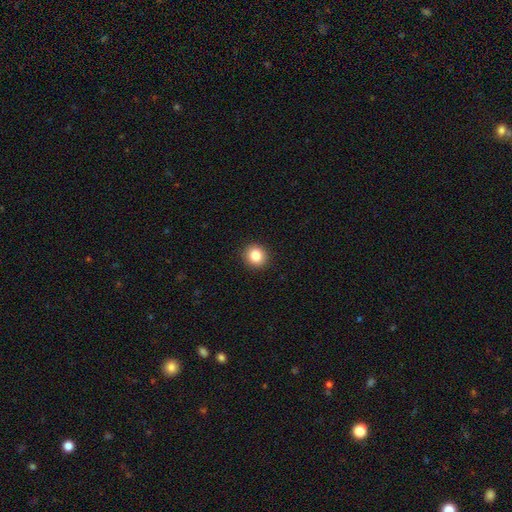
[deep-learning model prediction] Smooth or featured?
  - smooth: 85% *
  - star or artifact: 10%
  - featured or disk: 5%
How rounded?
  - round: 83% *
  - in between: 16%
  - cigar-shaped: 1%
Merging?
  - none: 92% *
  - minor disturbance: 5%
  - major disturbance: 2%
  - merger: 1%